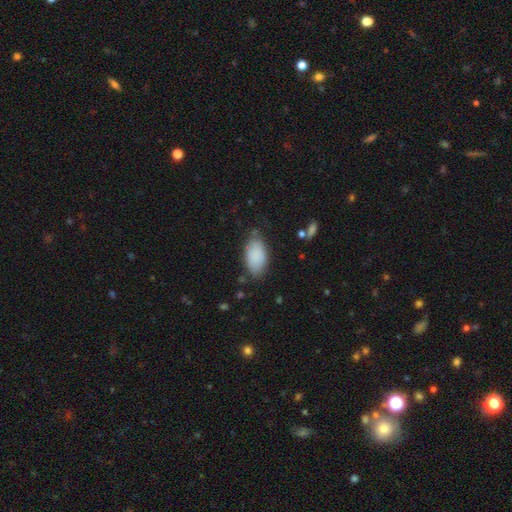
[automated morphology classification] Q: Smooth or featured?
A: smooth (88%); runner-up: star or artifact (7%)
Q: How rounded?
A: in between (94%); runner-up: round (3%)
Q: Merging?
A: none (76%); runner-up: minor disturbance (17%)